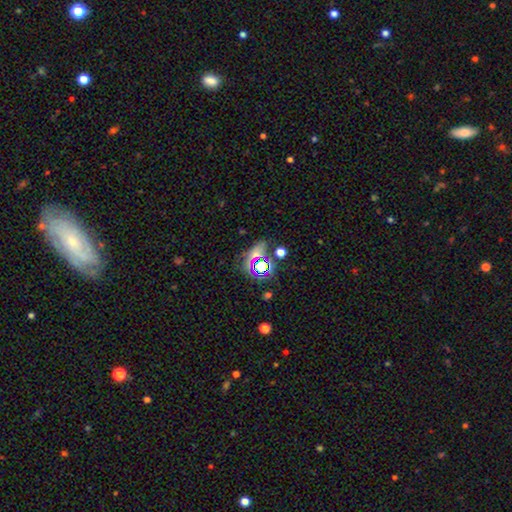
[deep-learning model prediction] Smooth or featured?
  - star or artifact: 53% *
  - smooth: 34%
  - featured or disk: 13%